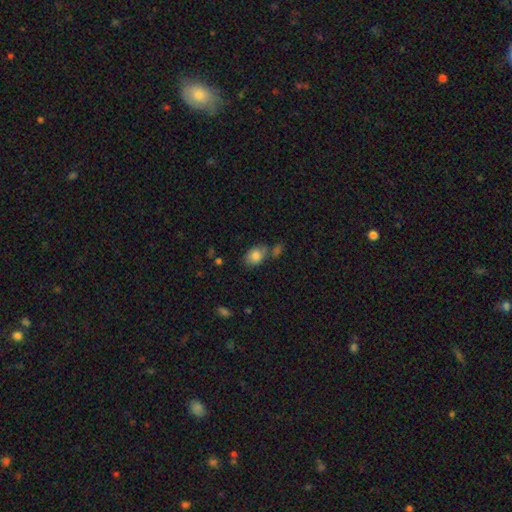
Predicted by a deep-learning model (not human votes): Smooth or featured?
  - smooth: 82% *
  - featured or disk: 10%
  - star or artifact: 8%
How rounded?
  - in between: 75% *
  - round: 23%
  - cigar-shaped: 1%
Merging?
  - none: 57% *
  - minor disturbance: 19%
  - merger: 18%
  - major disturbance: 6%